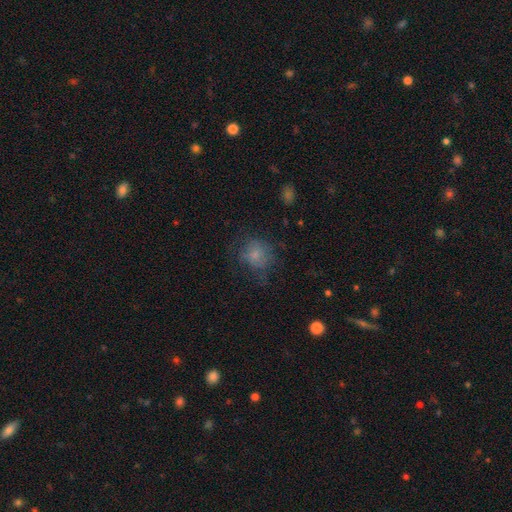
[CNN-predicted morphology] Smooth or featured: smooth — 67% (featured or disk — 19%)
How rounded: round — 75% (in between — 24%)
Merging: none — 58% (minor disturbance — 22%)